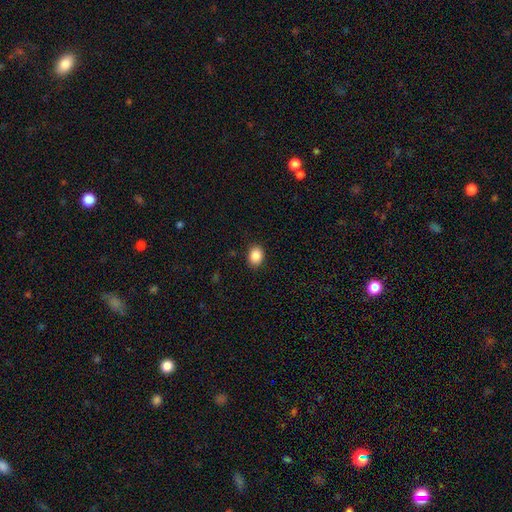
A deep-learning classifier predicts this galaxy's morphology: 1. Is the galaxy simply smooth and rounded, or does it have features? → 87% smooth, 9% star or artifact, 4% featured or disk.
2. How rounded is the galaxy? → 54% in between, 45% round, 1% cigar-shaped.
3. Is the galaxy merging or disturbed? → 89% none, 7% minor disturbance, 2% major disturbance, 1% merger.